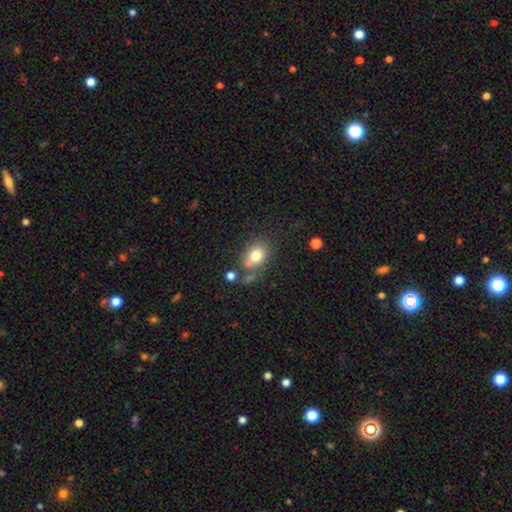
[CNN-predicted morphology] This appears to be a smooth galaxy with no disk features (77%) that is in between round and cigar-shaped (57%). Merging: none (53%).